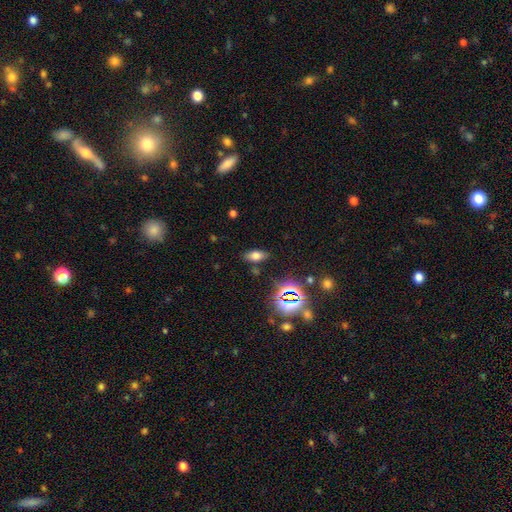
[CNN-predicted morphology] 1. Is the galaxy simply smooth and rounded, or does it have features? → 64% smooth, 21% star or artifact, 15% featured or disk.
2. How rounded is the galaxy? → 81% in between, 12% cigar-shaped, 7% round.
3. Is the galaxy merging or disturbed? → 82% none, 11% minor disturbance, 4% major disturbance, 3% merger.